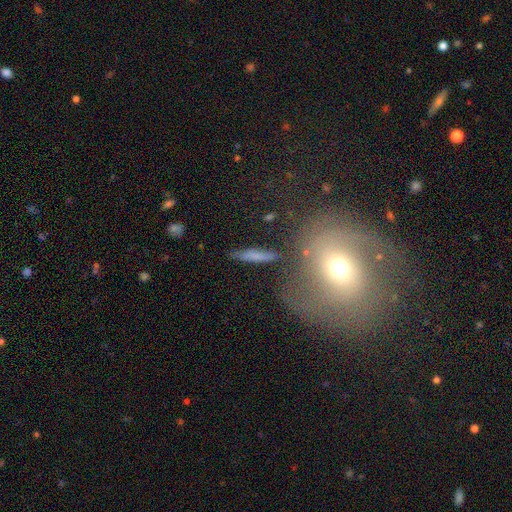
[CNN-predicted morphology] smooth 65%, featured or disk 25%, star or artifact 10%. Down the decision tree: how rounded — cigar-shaped (81%); merging — none (77%).